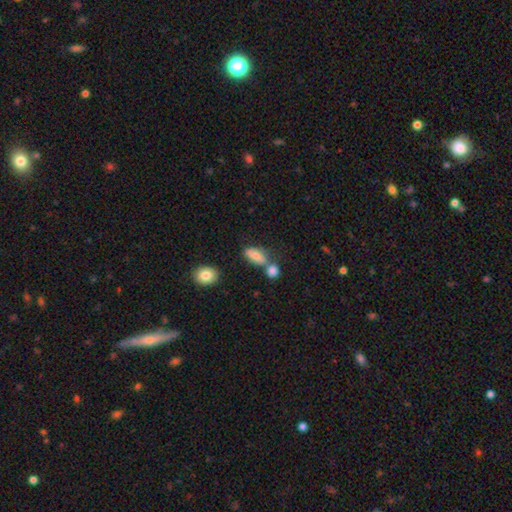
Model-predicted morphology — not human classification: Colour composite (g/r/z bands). It shows a smooth galaxy with no disk features (74%) that is in between round and cigar-shaped (79%). Merging: none (48%).